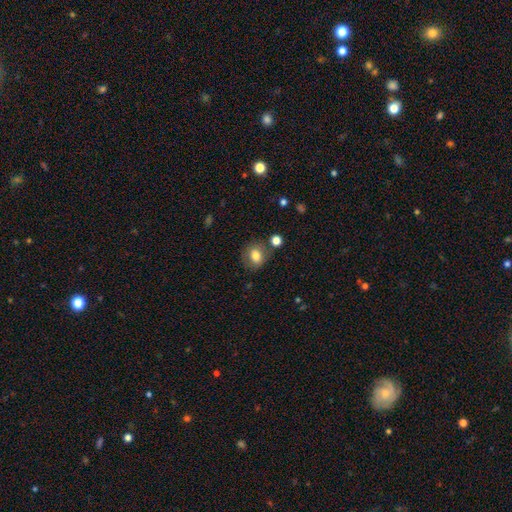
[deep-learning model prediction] smooth_or_featured: smooth (p=0.77) [alt: featured or disk p=0.14]
how_rounded: round (p=0.62) [alt: in between p=0.37]
merging: none (p=0.74) [alt: minor disturbance p=0.14]